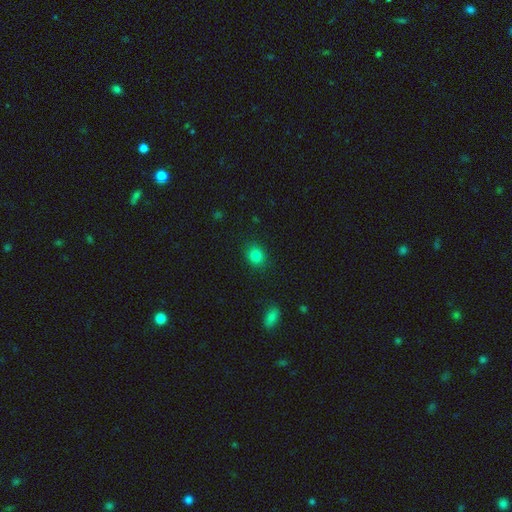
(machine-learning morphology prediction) This is clearly a smooth galaxy (83%). How rounded: likely round (67%). Merging: clearly none (87%).